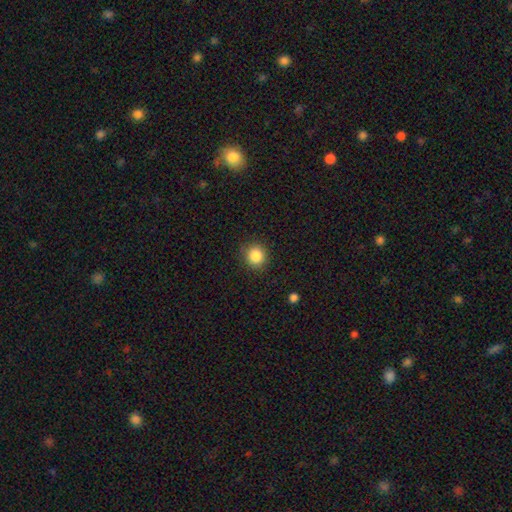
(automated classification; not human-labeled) Smooth or featured?
  - smooth: 86% *
  - star or artifact: 10%
  - featured or disk: 4%
How rounded?
  - round: 89% *
  - in between: 10%
  - cigar-shaped: 1%
Merging?
  - none: 88% *
  - minor disturbance: 8%
  - major disturbance: 3%
  - merger: 1%